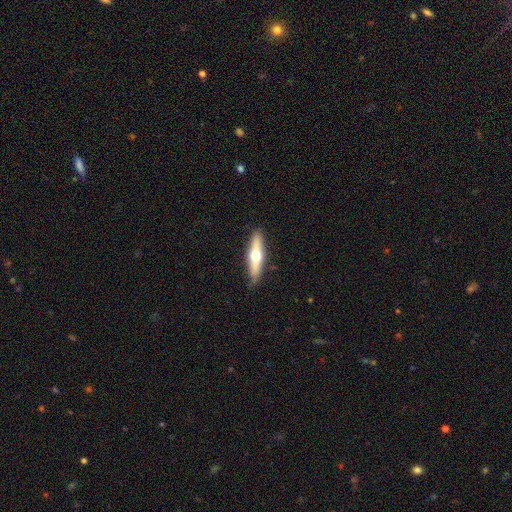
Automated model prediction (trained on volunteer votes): A featured or disk galaxy (55%) viewed edge-on (92%) with a rounded central bulge (95%).

Vote fractions:
- Smooth or featured? featured or disk: 55% / smooth: 40% / star or artifact: 5%
- Edge-on disk? yes: 92% / no: 8%
- Edge-on bulge? rounded: 95% / none: 3% / boxy: 2%
- Merging? none: 88% / minor disturbance: 9% / major disturbance: 2% / merger: 1%